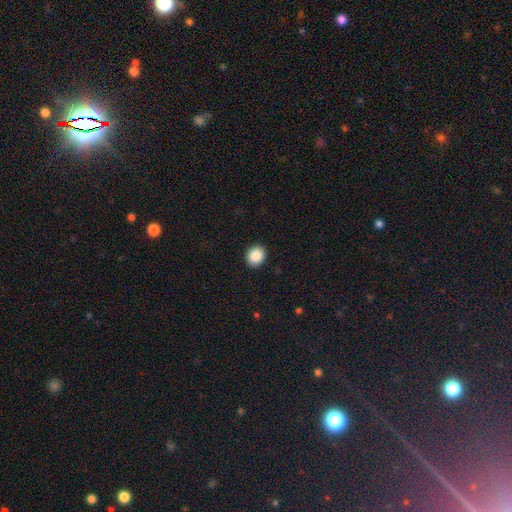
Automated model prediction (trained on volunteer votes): This appears to be a smooth galaxy with no disk features (88%) that is round (72%). Merging: none (92%).